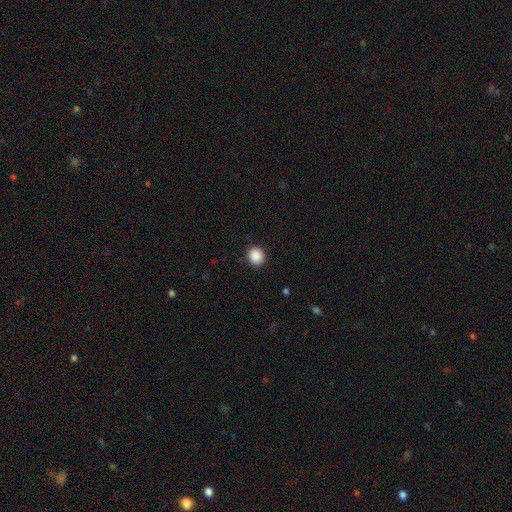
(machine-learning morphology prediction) Smooth or featured? smooth (89%)
How rounded? round (78%)
Merging? none (91%)